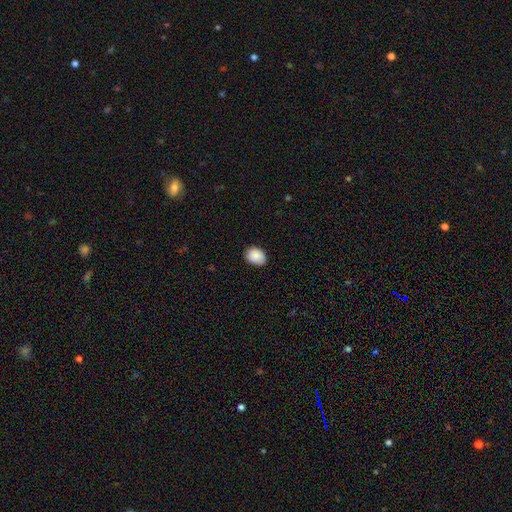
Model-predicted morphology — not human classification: type=smooth (89%); roundness=in between (67%); merging=none (79%).